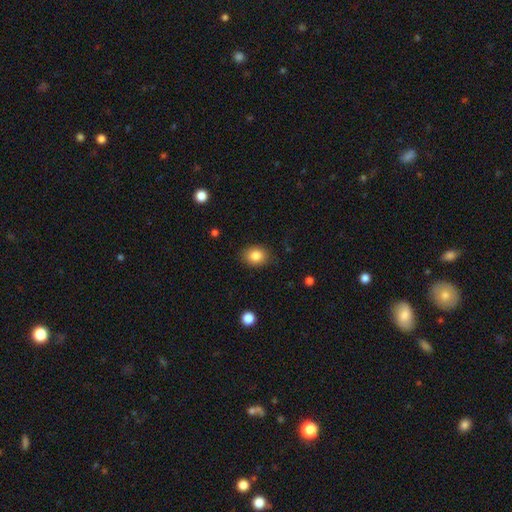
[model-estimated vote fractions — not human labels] This is clearly a smooth galaxy (84%). How rounded: possibly round (55%). Merging: clearly none (86%).